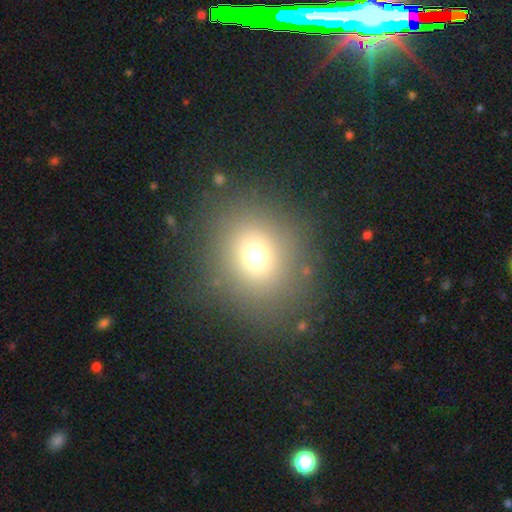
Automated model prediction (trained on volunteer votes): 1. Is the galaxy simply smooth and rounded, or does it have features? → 69% smooth, 19% star or artifact, 11% featured or disk.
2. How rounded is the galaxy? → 80% round, 19% in between, 1% cigar-shaped.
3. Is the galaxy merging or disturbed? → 84% none, 8% minor disturbance, 6% major disturbance, 2% merger.